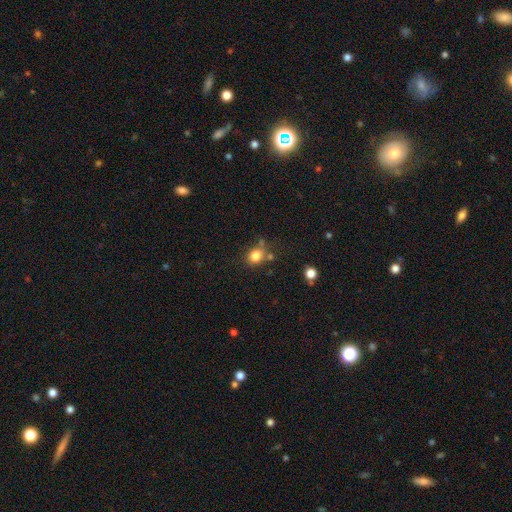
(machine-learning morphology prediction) This is clearly a smooth galaxy (82%). How rounded: likely round (62%). Merging: likely none (67%).